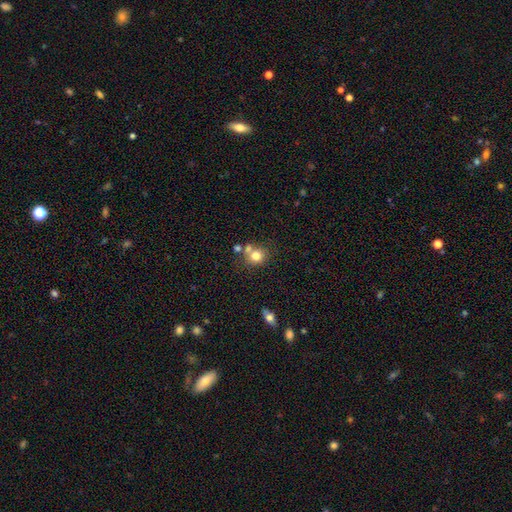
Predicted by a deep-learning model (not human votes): A smooth galaxy with no disk features (76%) that is round (81%).

Vote fractions:
- Smooth or featured? smooth: 76% / featured or disk: 12% / star or artifact: 12%
- How rounded? round: 81% / in between: 18% / cigar-shaped: 1%
- Merging? none: 56% / merger: 29% / minor disturbance: 11% / major disturbance: 4%